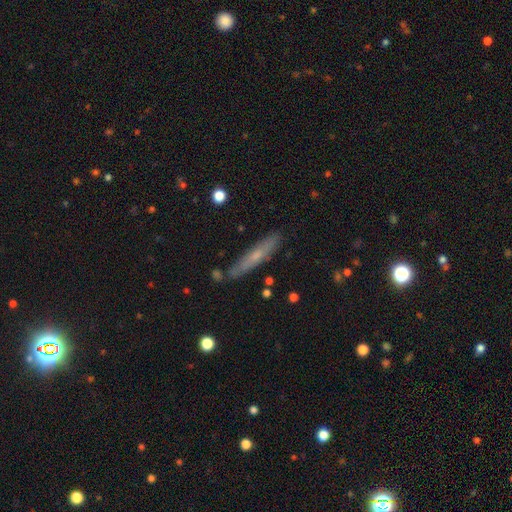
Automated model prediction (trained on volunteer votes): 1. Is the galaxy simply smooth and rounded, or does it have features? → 49% smooth, 43% featured or disk, 7% star or artifact.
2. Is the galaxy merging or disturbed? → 82% none, 13% minor disturbance, 3% merger, 2% major disturbance.